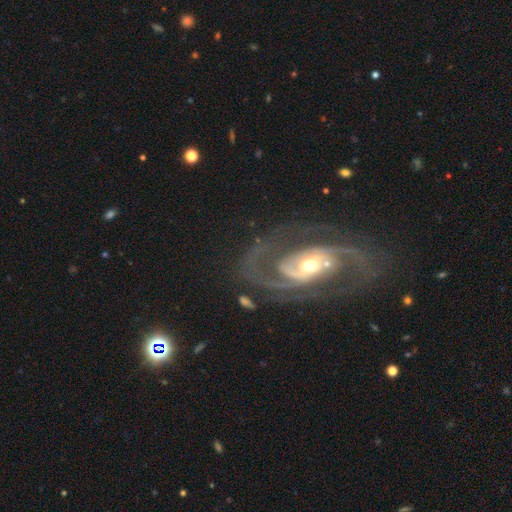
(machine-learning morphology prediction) smooth-or-featured: featured or disk: 91% | star or artifact: 5% | smooth: 4%
  disk-edge-on: no: 96% | yes: 4%
    bar: no: 45% | weak: 34% | strong: 22%
    has-spiral-arms: yes: 96% | no: 4%
      spiral-winding: medium: 52% | tight: 32% | loose: 15%
      spiral-arm-count: 2: 87% | 3: 4% | can't tell: 4% | 1: 2% | 4: 2% | more than 4: 2%
    bulge-size: moderate: 59% | small: 30% | large: 9% | dominant: 1% | none: 1%
  merging: none: 77% | minor disturbance: 13% | major disturbance: 9% | merger: 2%